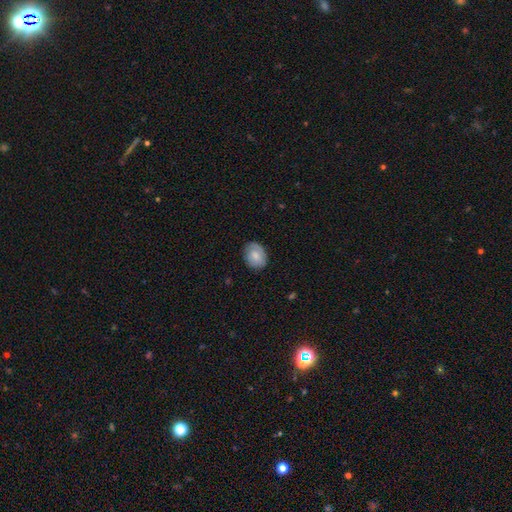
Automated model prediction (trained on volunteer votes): smooth-or-featured: smooth: 60% | featured or disk: 33% | star or artifact: 7%
  how-rounded: round: 50% | in between: 49% | cigar-shaped: 1%
  merging: none: 75% | minor disturbance: 19% | major disturbance: 5% | merger: 1%